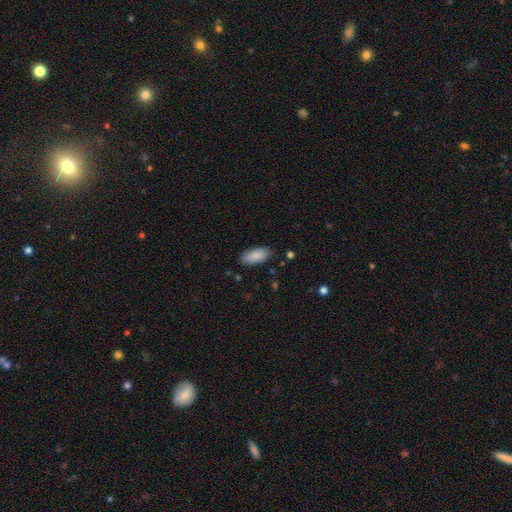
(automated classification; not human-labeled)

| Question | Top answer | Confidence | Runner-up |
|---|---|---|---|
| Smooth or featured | smooth | 89% | star or artifact (6%) |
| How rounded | in between | 87% | cigar-shaped (11%) |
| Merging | none | 86% | minor disturbance (11%) |